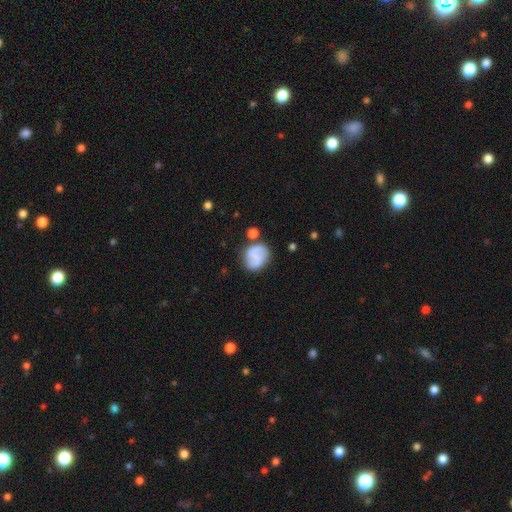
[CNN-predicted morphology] This appears to be a smooth galaxy with no disk features (56%) that is round (61%). Merging: none (61%).